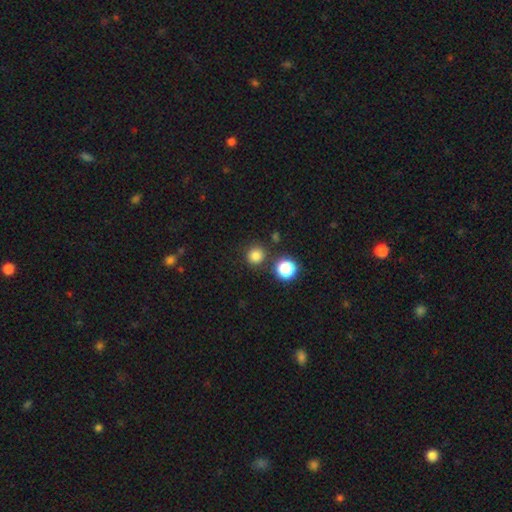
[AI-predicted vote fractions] Smooth or featured: smooth — 81% (star or artifact — 15%)
How rounded: round — 92% (in between — 7%)
Merging: none — 83% (minor disturbance — 7%)